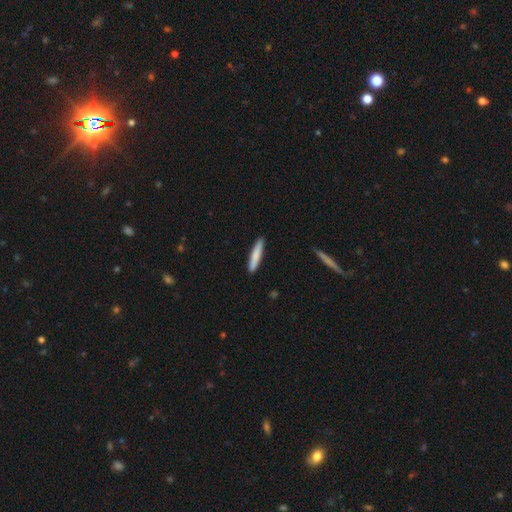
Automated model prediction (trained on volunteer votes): This is likely a smooth galaxy (78%). How rounded: clearly cigar-shaped (91%). Merging: clearly none (91%).